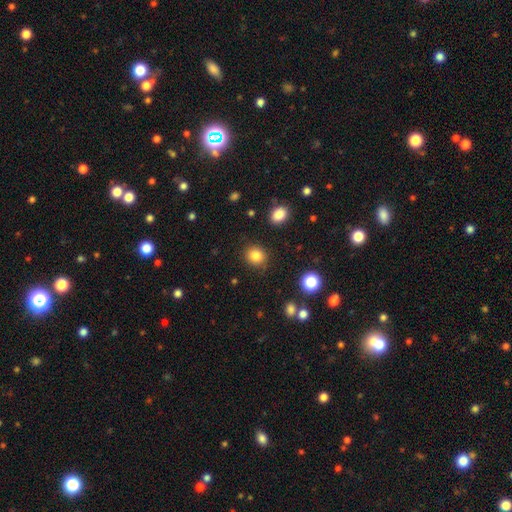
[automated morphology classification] This appears to be a smooth galaxy with no disk features (84%) that is round (79%). Merging: none (86%).